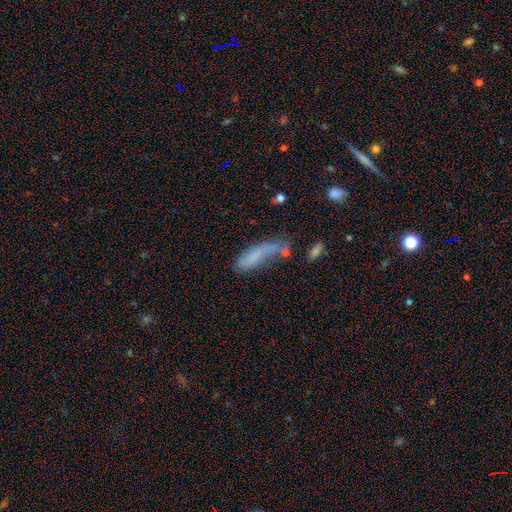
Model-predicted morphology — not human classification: Smooth or featured? Predicted: smooth (p=0.65). How rounded? Predicted: in between (p=0.50). Merging? Predicted: none (p=0.33).